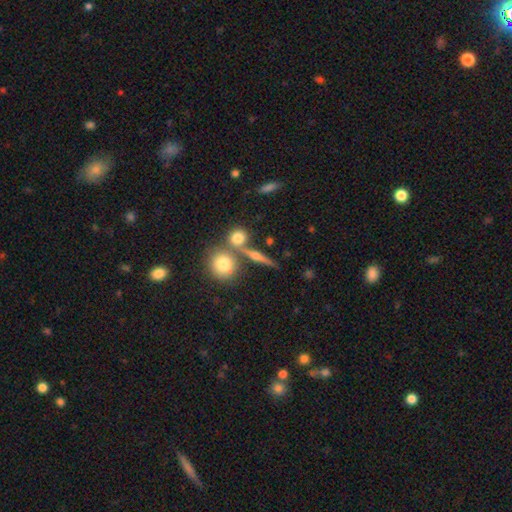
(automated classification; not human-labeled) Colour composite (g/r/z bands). It shows a featured or disk galaxy (51%) viewed edge-on (88%). Merging: none (72%).